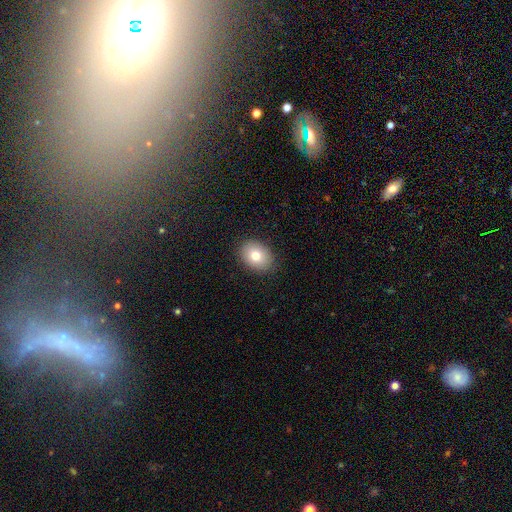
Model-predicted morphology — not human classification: smooth_or_featured: smooth (p=0.78) [alt: featured or disk p=0.12]
how_rounded: in between (p=0.61) [alt: round p=0.38]
merging: none (p=0.87) [alt: minor disturbance p=0.09]